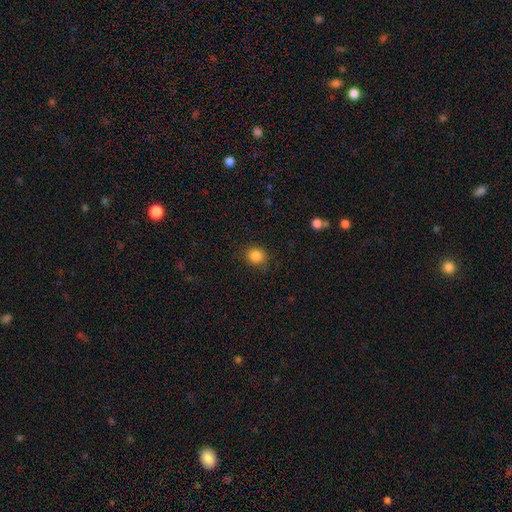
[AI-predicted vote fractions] A smooth galaxy with no disk features (85%) that is round (79%).

Vote fractions:
- Smooth or featured? smooth: 85% / star or artifact: 11% / featured or disk: 4%
- How rounded? round: 79% / in between: 20% / cigar-shaped: 1%
- Merging? none: 85% / minor disturbance: 11% / major disturbance: 3% / merger: 1%